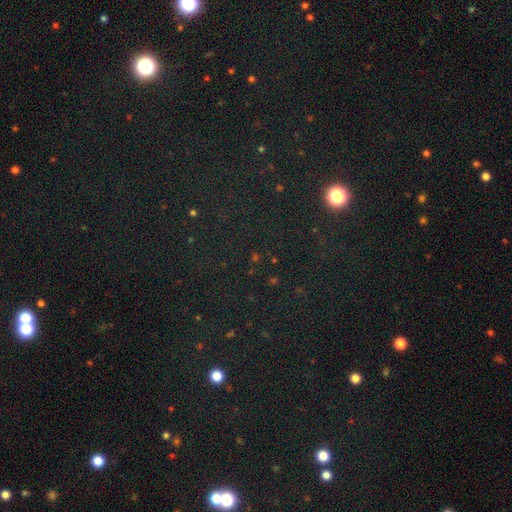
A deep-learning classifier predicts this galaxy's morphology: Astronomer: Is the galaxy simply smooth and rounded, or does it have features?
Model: star or artifact — 75%.